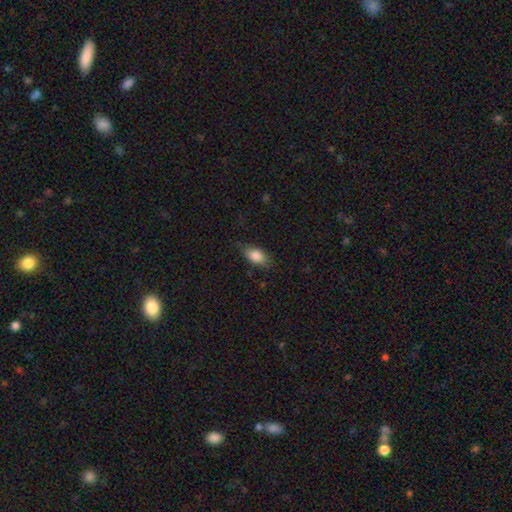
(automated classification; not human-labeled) Morphology: type=smooth (84%); roundness=in between (89%); merging=none (76%).